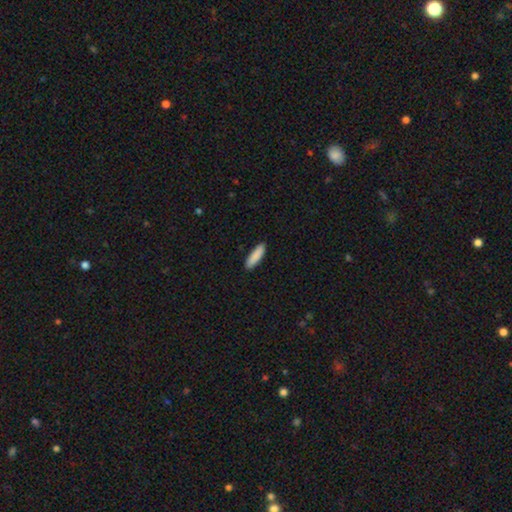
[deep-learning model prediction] smooth-or-featured: smooth: 89% | star or artifact: 6% | featured or disk: 5%
  how-rounded: cigar-shaped: 65% | in between: 34% | round: 1%
  merging: none: 90% | minor disturbance: 8% | major disturbance: 2% | merger: 1%